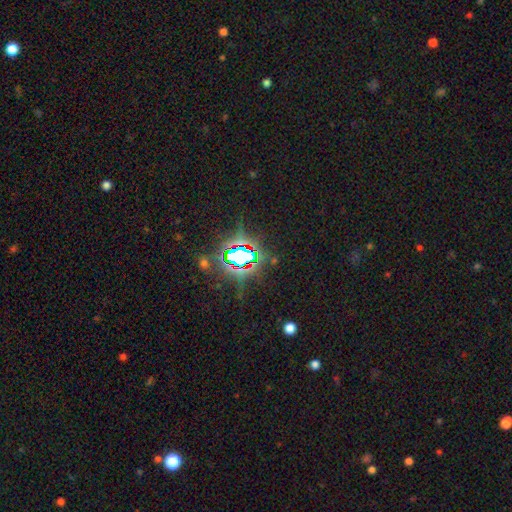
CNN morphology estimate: Smooth or featured: star or artifact — 85% (smooth — 8%)